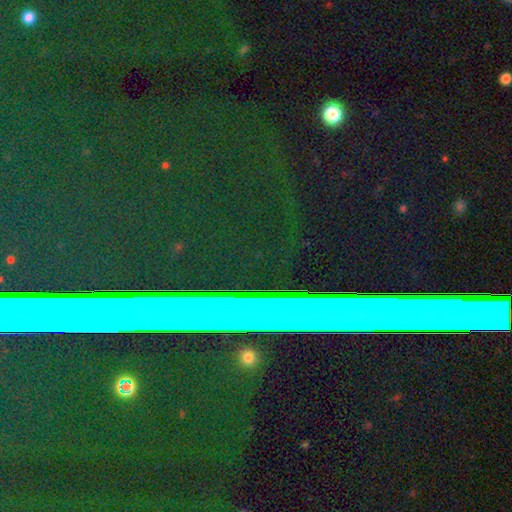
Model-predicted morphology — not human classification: Smooth or featured? star or artifact (72%)